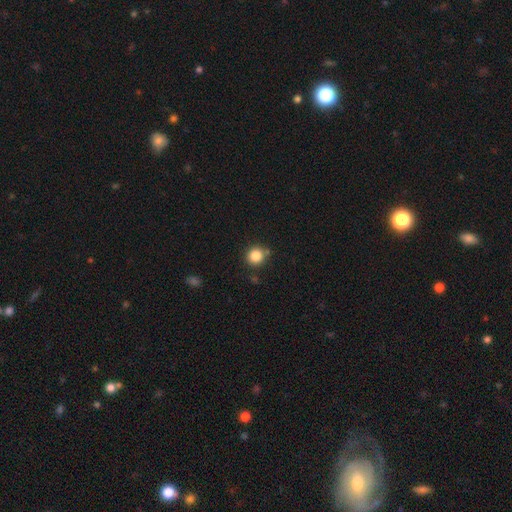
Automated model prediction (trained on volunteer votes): A smooth galaxy with no disk features (85%) that is round (90%).

Vote fractions:
- Smooth or featured? smooth: 85% / star or artifact: 11% / featured or disk: 5%
- How rounded? round: 90% / in between: 9% / cigar-shaped: 1%
- Merging? none: 81% / minor disturbance: 10% / merger: 6% / major disturbance: 3%